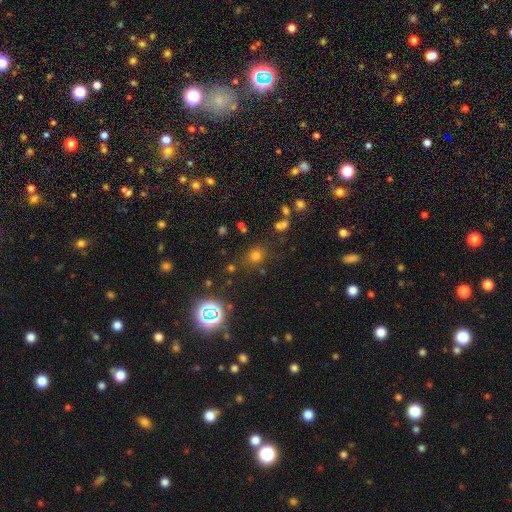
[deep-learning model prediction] Overall: smooth (67%). How rounded: round (79%). Merging: none (76%).